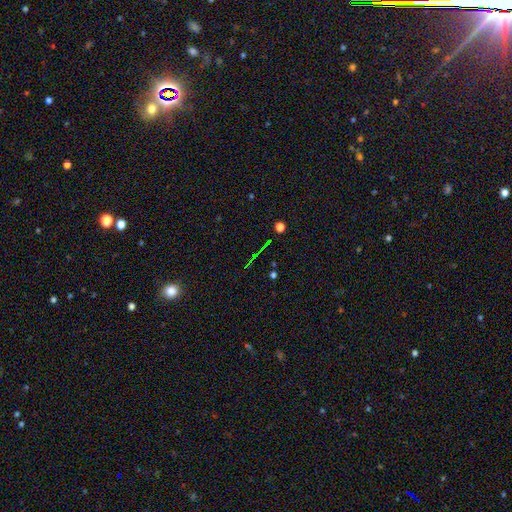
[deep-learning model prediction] This is likely a star or artifact rather than a galaxy (69%).